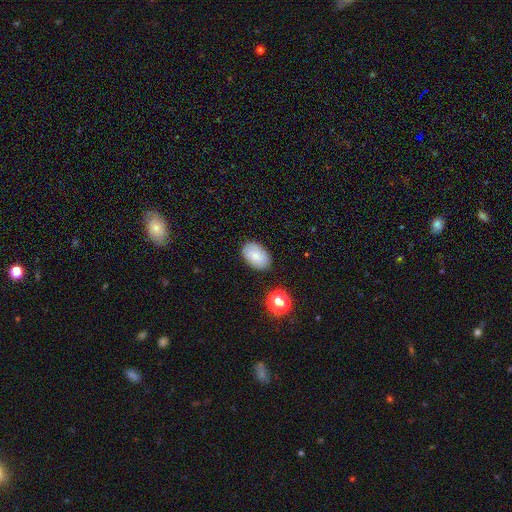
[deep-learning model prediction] This appears to be a smooth galaxy with no disk features (69%) that is in between round and cigar-shaped (88%). Merging: none (84%).